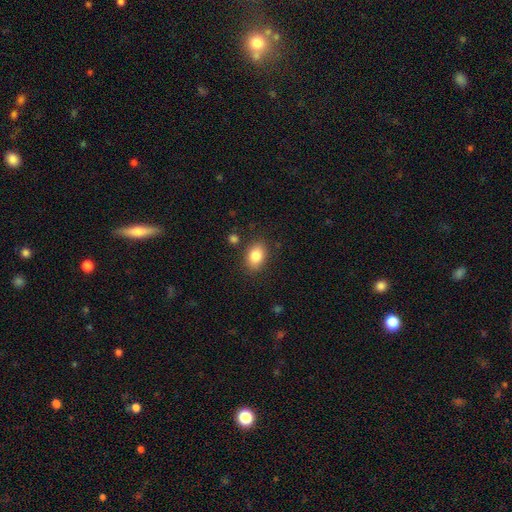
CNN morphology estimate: smooth-or-featured: smooth: 84% | star or artifact: 8% | featured or disk: 8%
  how-rounded: in between: 80% | round: 19% | cigar-shaped: 1%
  merging: none: 83% | minor disturbance: 11% | major disturbance: 3% | merger: 3%